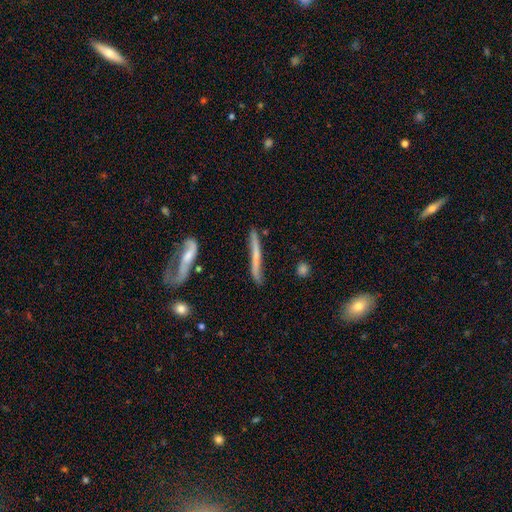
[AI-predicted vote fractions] The model was most divided on "smooth or featured": featured or disk: 55%, smooth: 38%, star or artifact: 7%. More confident: edge-on disk — yes (81%); merging — none (69%).